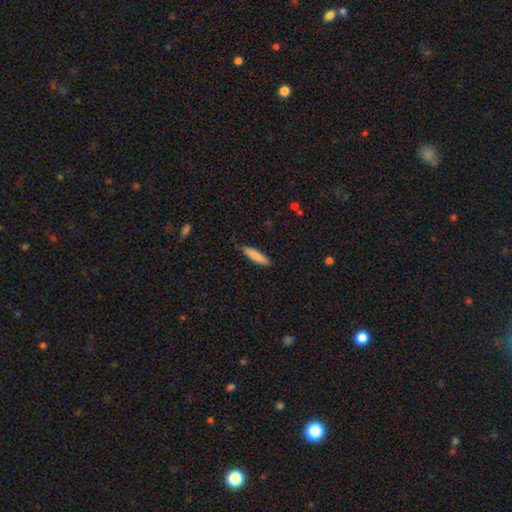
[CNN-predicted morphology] smooth_or_featured: smooth (p=0.84) [alt: featured or disk p=0.10]
how_rounded: cigar-shaped (p=0.78) [alt: in between p=0.21]
merging: none (p=0.85) [alt: minor disturbance p=0.12]